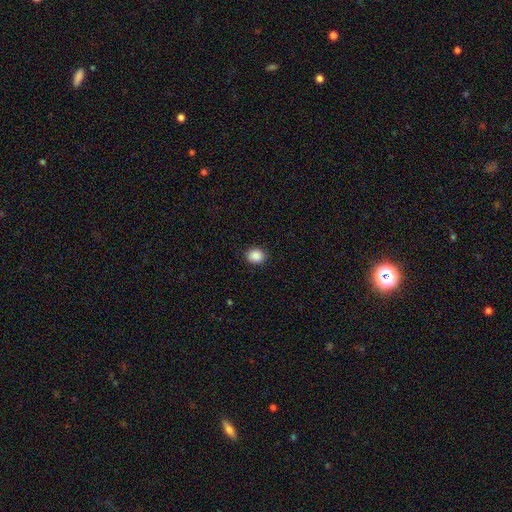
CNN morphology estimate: Smooth or featured? smooth (89%)
How rounded? round (63%)
Merging? none (90%)